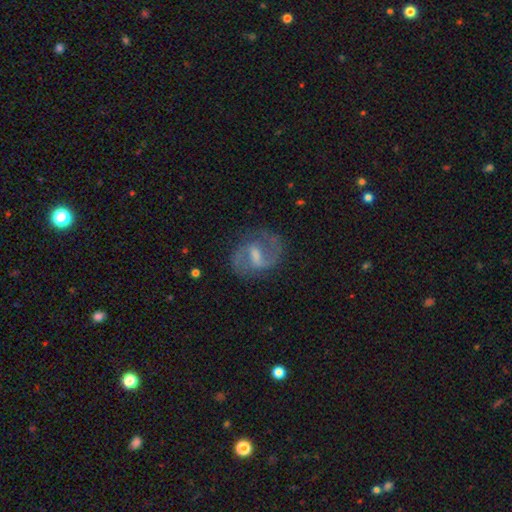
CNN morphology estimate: Overall: featured or disk (84%). Edge-on disk: no (97%). Bar: weak (53%; strong 34%). Spiral arms: yes (95%). Spiral arm count: 2 (91%). Spiral winding: medium (56%; loose 26%). Bulge size: small (39%, tied with moderate). Merging: none (82%).